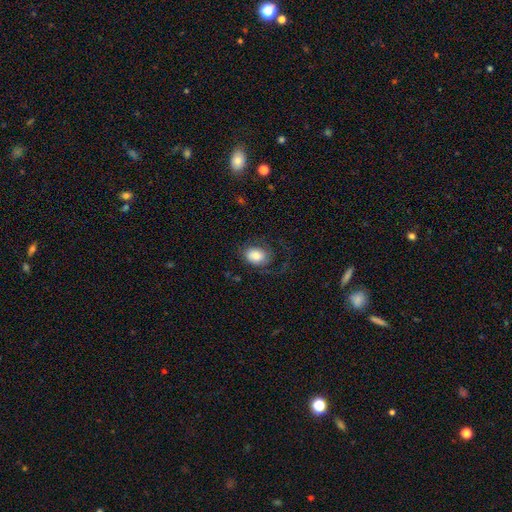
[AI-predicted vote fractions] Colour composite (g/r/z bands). It shows a smooth galaxy with no disk features (69%) that is in between round and cigar-shaped (73%). Merging: none (55%).